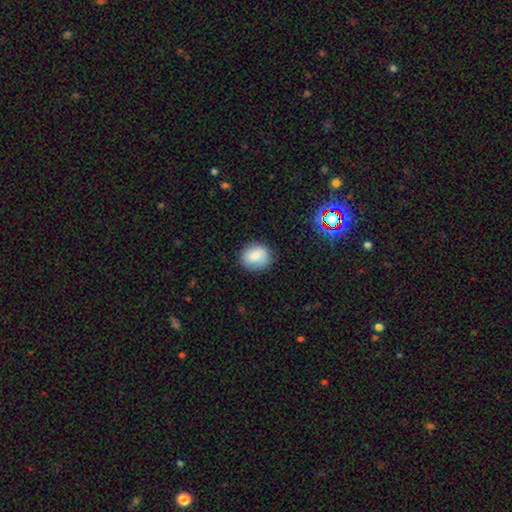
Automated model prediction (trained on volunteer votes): A smooth galaxy with no disk features (82%) that is round (65%). Merging: none (82%).